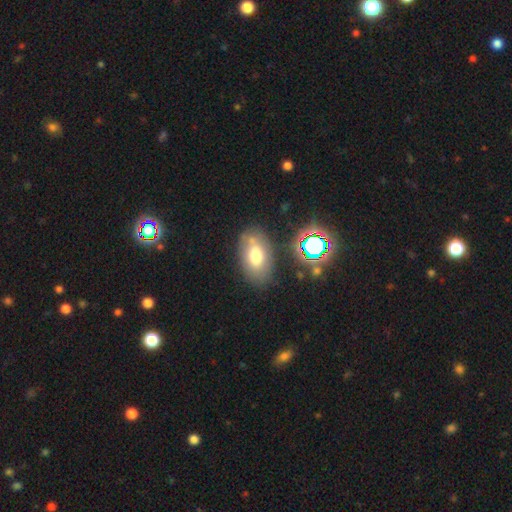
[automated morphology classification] smooth-or-featured: smooth: 68% | featured or disk: 20% | star or artifact: 11%
  how-rounded: in between: 91% | round: 7% | cigar-shaped: 2%
  merging: none: 73% | minor disturbance: 16% | merger: 6% | major disturbance: 5%